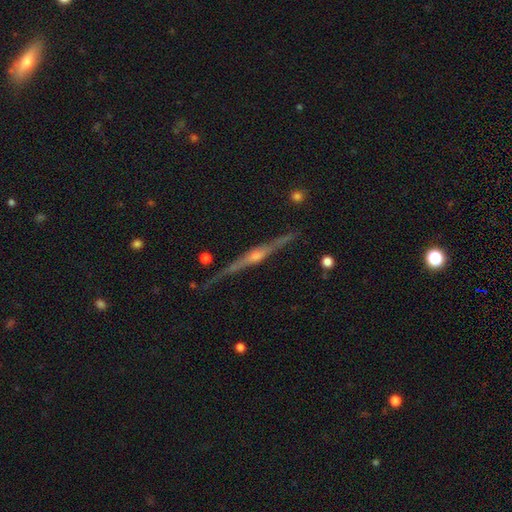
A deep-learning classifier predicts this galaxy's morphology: The model was most divided on "edge-on bulge": rounded: 80%, boxy: 10%, none: 9%. More confident: edge-on disk — yes (98%); merging — none (84%); smooth or featured — featured or disk (83%).